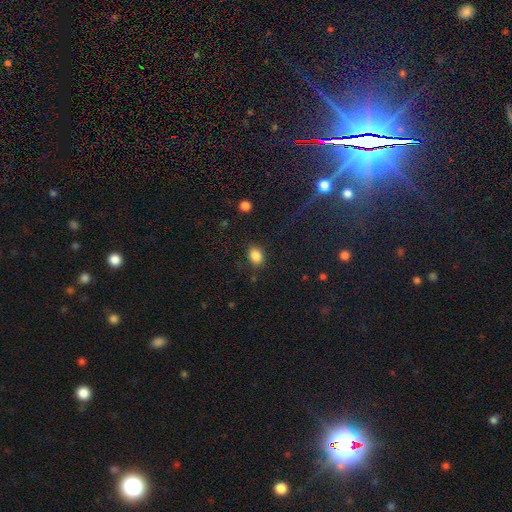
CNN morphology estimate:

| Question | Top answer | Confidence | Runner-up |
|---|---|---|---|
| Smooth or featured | smooth | 85% | star or artifact (10%) |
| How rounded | in between | 64% | round (35%) |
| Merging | none | 81% | minor disturbance (13%) |